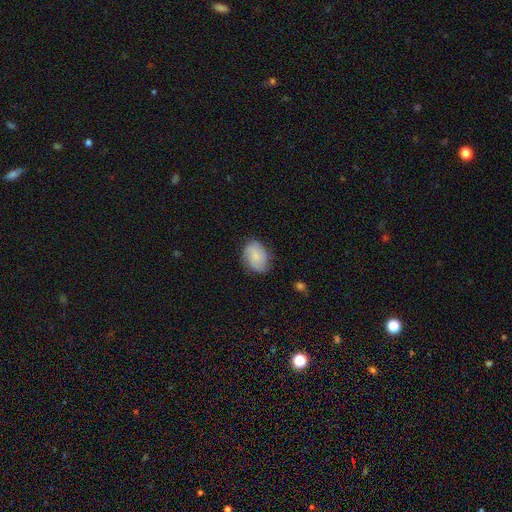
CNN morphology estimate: smooth-or-featured: smooth: 56% | featured or disk: 36% | star or artifact: 8%
  how-rounded: in between: 72% | round: 27% | cigar-shaped: 1%
  merging: none: 72% | minor disturbance: 21% | major disturbance: 5% | merger: 1%